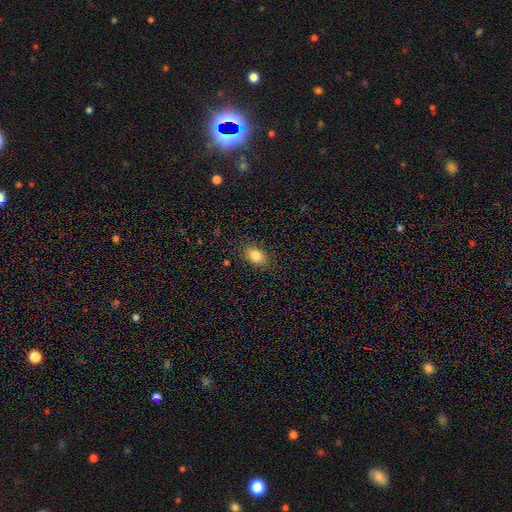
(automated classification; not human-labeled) Morphology: type=smooth (84%); roundness=in between (81%); merging=none (86%).